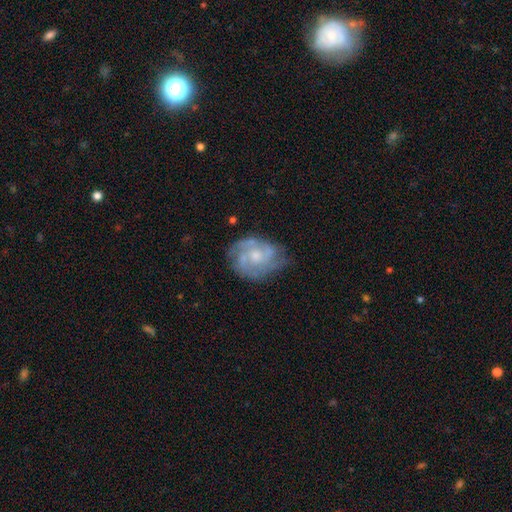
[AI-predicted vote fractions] A featured or disk galaxy (77%) with no bar (73%), tight (49%) spiral arms (88%) and a moderate central bulge (49%). Merging: none (66%).